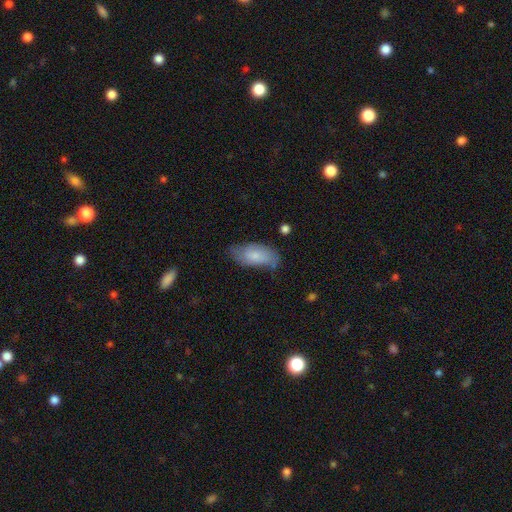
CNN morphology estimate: This is likely a smooth galaxy (71%). How rounded: clearly in between (90%). Merging: possibly none (59%).